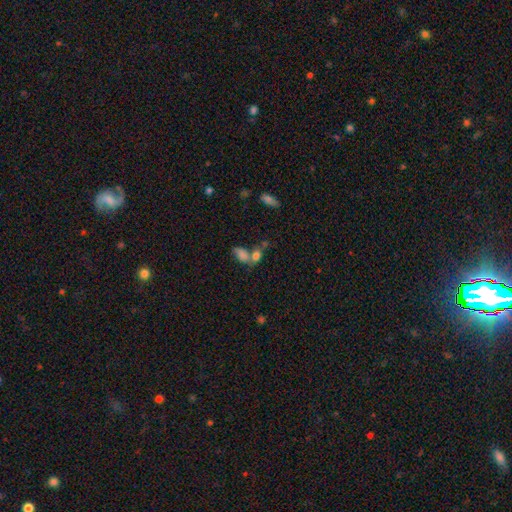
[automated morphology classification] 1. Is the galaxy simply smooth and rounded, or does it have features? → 73% smooth, 13% star or artifact, 13% featured or disk.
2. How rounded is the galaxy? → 80% in between, 15% round, 5% cigar-shaped.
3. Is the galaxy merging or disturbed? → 53% merger, 30% none, 10% minor disturbance, 7% major disturbance.